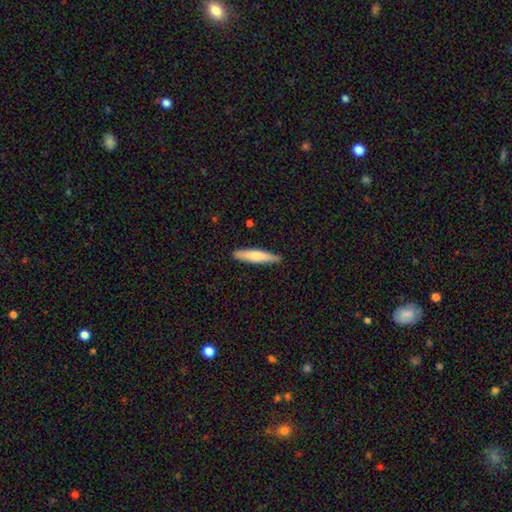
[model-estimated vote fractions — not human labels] Q: Smooth or featured?
A: smooth (66%); runner-up: featured or disk (29%)
Q: How rounded?
A: cigar-shaped (88%); runner-up: in between (11%)
Q: Merging?
A: none (89%); runner-up: minor disturbance (9%)